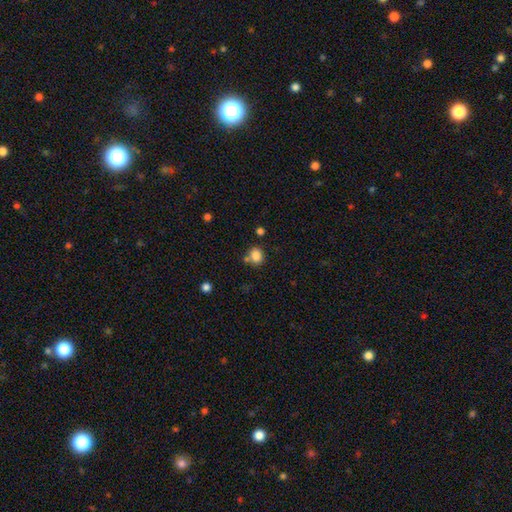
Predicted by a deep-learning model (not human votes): smooth 84%, star or artifact 11%, featured or disk 5%. Down the decision tree: how rounded — round (63%); merging — none (65%).